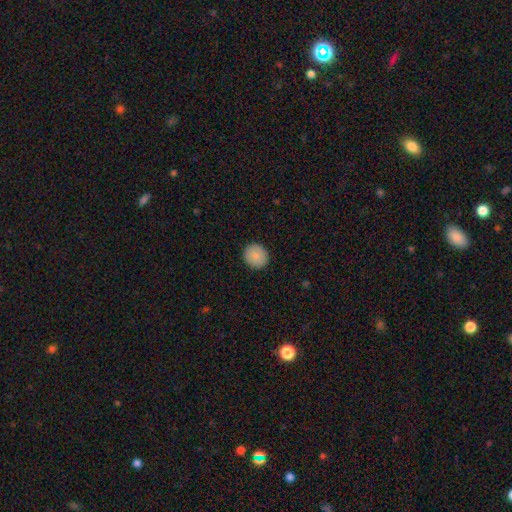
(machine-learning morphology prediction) smooth-or-featured: smooth: 88% | star or artifact: 7% | featured or disk: 5%
  how-rounded: round: 83% | in between: 16% | cigar-shaped: 1%
  merging: none: 91% | minor disturbance: 6% | major disturbance: 2% | merger: 1%